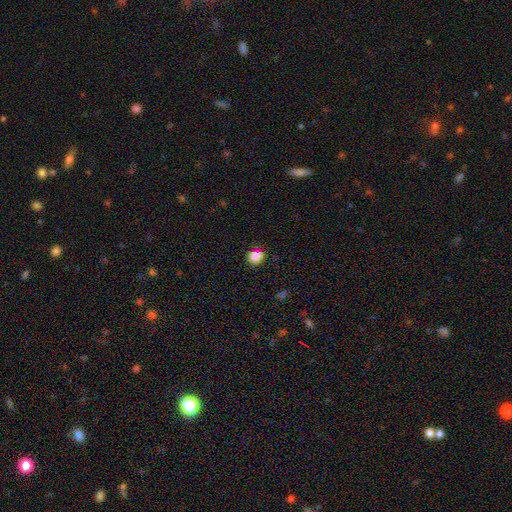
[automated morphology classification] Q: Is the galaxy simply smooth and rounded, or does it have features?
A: smooth — 84%.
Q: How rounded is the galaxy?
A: round — 72%.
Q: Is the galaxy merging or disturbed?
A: none — 82%.